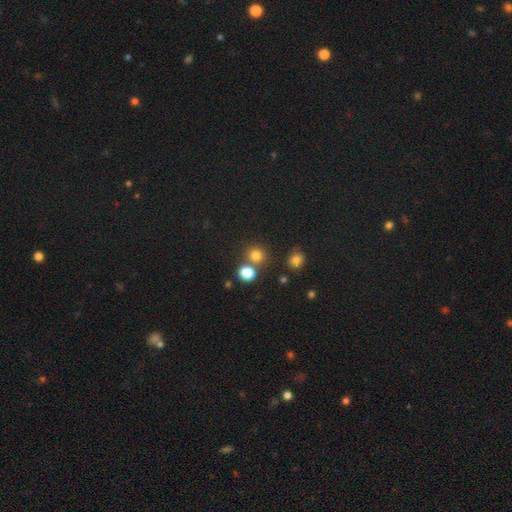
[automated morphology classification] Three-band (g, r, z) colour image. It shows a smooth galaxy with no disk features (78%) that is round (81%). Merging: none (66%).